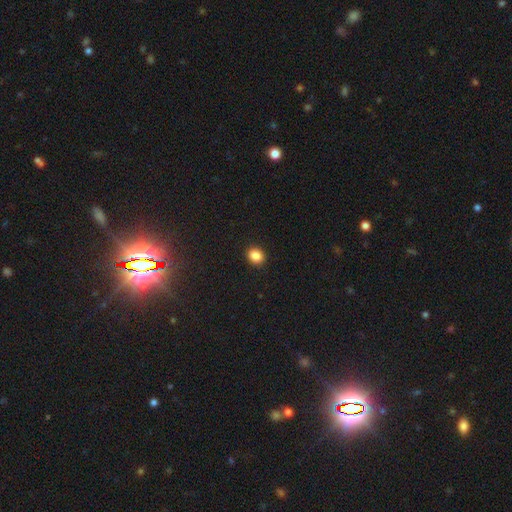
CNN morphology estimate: Smooth or featured? smooth (87%)
How rounded? round (58%)
Merging? none (91%)